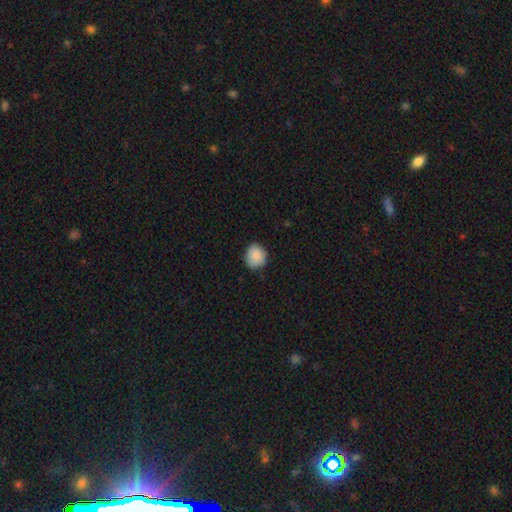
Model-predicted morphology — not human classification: This is clearly a smooth galaxy (88%). How rounded: likely round (79%). Merging: clearly none (84%).